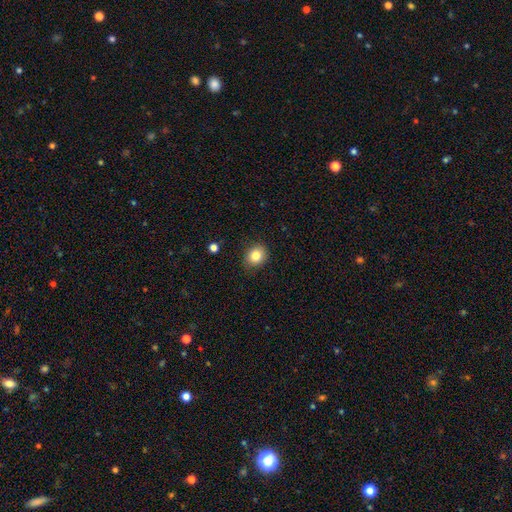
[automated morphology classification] Smooth or featured? smooth (83%)
How rounded? round (61%)
Merging? none (84%)